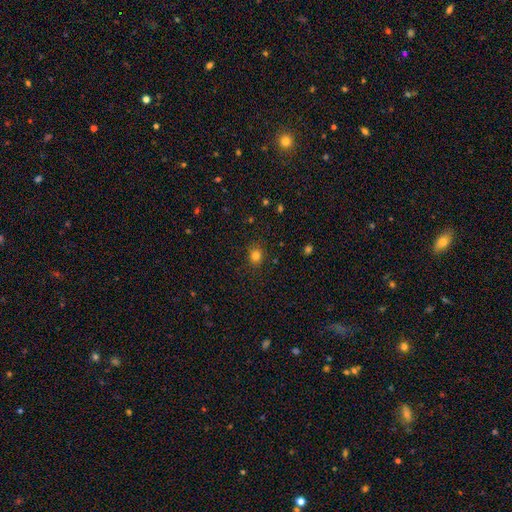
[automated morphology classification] smooth 81%, star or artifact 14%, featured or disk 5%. Down the decision tree: how rounded — round (73%); merging — none (86%).